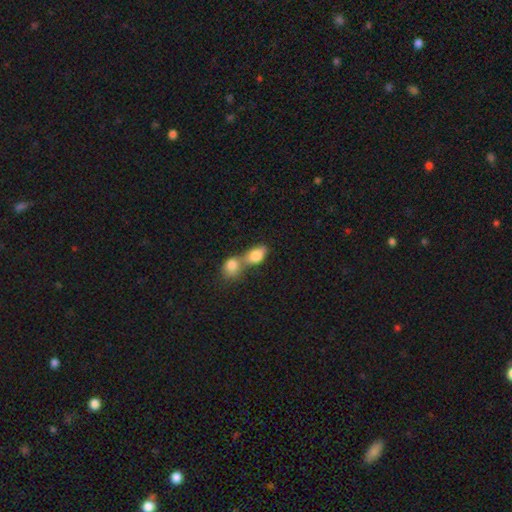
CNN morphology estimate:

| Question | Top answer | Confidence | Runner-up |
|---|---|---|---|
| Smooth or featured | smooth | 83% | featured or disk (9%) |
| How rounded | in between | 79% | round (18%) |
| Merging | merger | 69% | none (21%) |